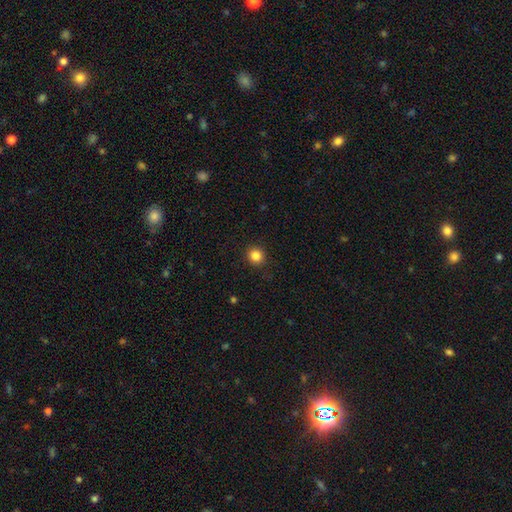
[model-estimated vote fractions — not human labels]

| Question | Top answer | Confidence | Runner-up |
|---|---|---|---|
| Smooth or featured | smooth | 84% | star or artifact (12%) |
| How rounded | round | 92% | in between (7%) |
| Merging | none | 92% | minor disturbance (5%) |